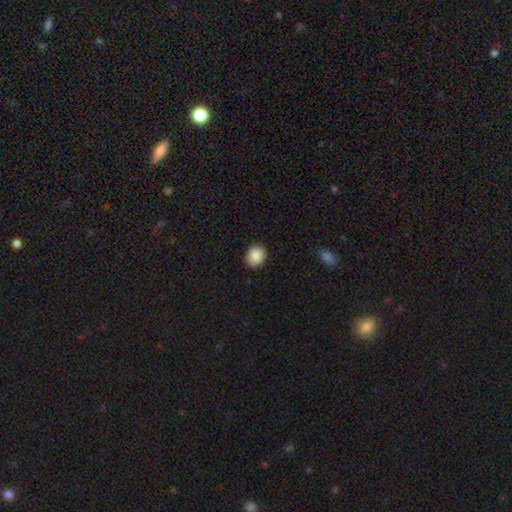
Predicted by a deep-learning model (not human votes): Q: Smooth or featured?
A: smooth (89%); runner-up: star or artifact (8%)
Q: How rounded?
A: round (55%); runner-up: in between (44%)
Q: Merging?
A: none (87%); runner-up: minor disturbance (10%)